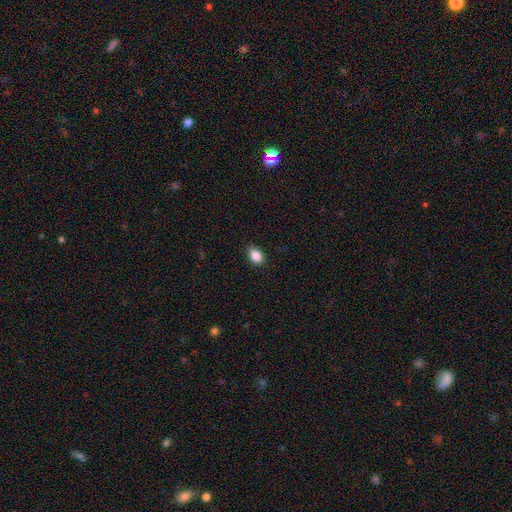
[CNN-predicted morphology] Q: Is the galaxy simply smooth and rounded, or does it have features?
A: smooth — 86%.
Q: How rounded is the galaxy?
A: in between — 77%.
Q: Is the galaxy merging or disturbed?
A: none — 86%.